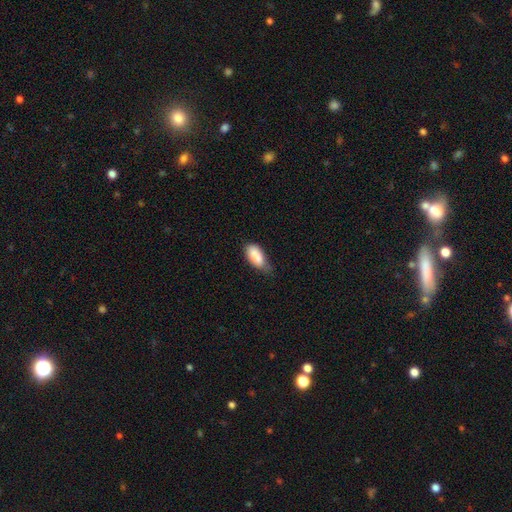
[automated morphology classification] The model was most divided on "merging": none: 46%, minor disturbance: 43%, major disturbance: 9%, merger: 2%. More confident: how rounded — in between (88%); smooth or featured — smooth (87%).